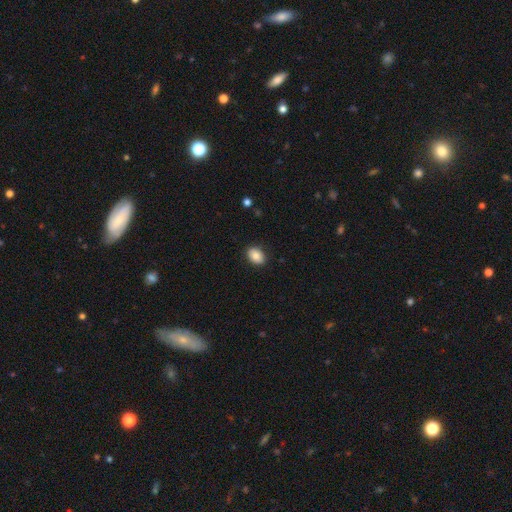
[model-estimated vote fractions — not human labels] Morphology: type=smooth (84%); roundness=in between (78%); merging=none (88%).